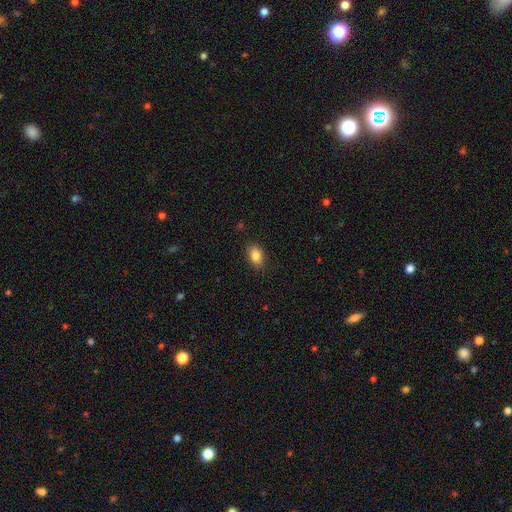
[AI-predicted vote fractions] Smooth or featured? smooth (85%)
How rounded? in between (86%)
Merging? none (87%)